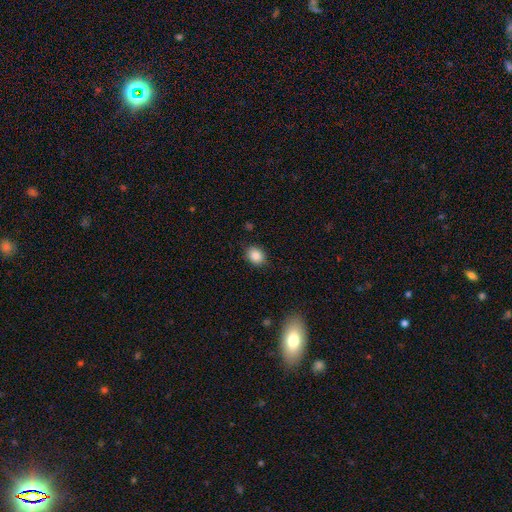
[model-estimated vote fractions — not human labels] Morphology: type=smooth (87%); roundness=in between (54%); merging=none (84%).